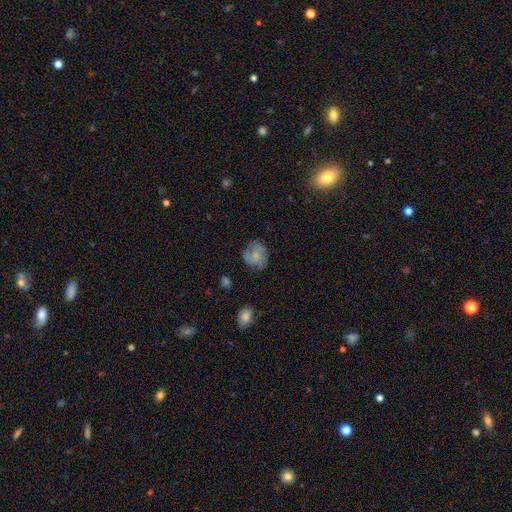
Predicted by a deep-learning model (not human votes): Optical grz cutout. It shows a smooth galaxy with no disk features (57%) that is round (71%). Merging: none (66%).